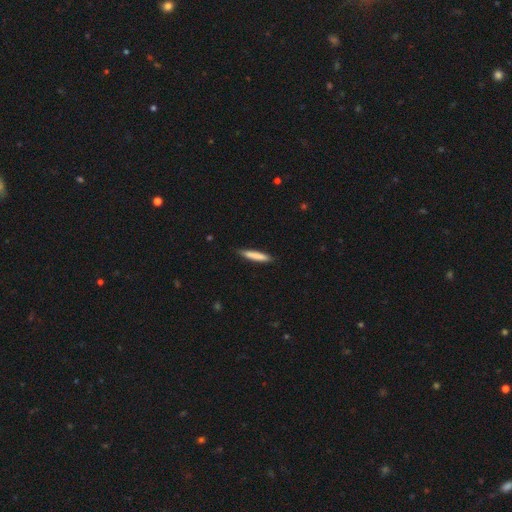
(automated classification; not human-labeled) Q: Smooth or featured?
A: smooth (80%); runner-up: featured or disk (14%)
Q: How rounded?
A: cigar-shaped (92%); runner-up: in between (7%)
Q: Merging?
A: none (85%); runner-up: minor disturbance (12%)